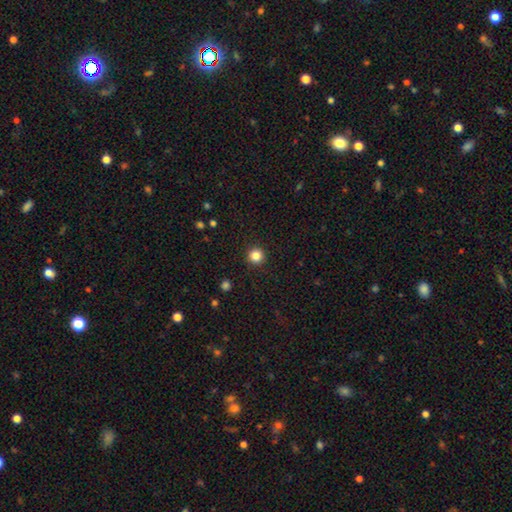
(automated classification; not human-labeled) smooth_or_featured: smooth (p=0.84) [alt: star or artifact p=0.12]
how_rounded: round (p=0.96) [alt: in between p=0.04]
merging: none (p=0.93) [alt: minor disturbance p=0.05]